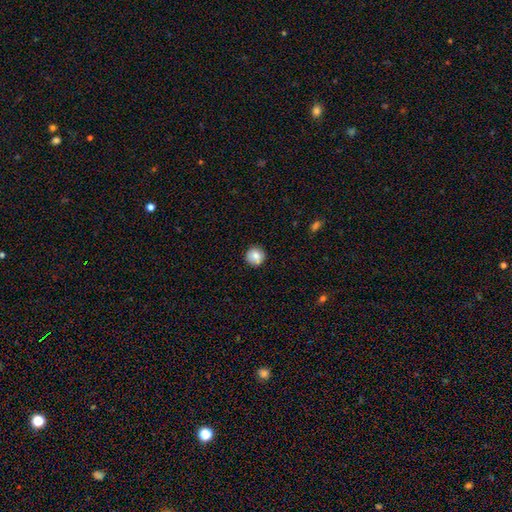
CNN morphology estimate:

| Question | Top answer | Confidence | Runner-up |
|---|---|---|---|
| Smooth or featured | smooth | 79% | featured or disk (12%) |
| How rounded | round | 94% | in between (5%) |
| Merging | none | 84% | minor disturbance (10%) |